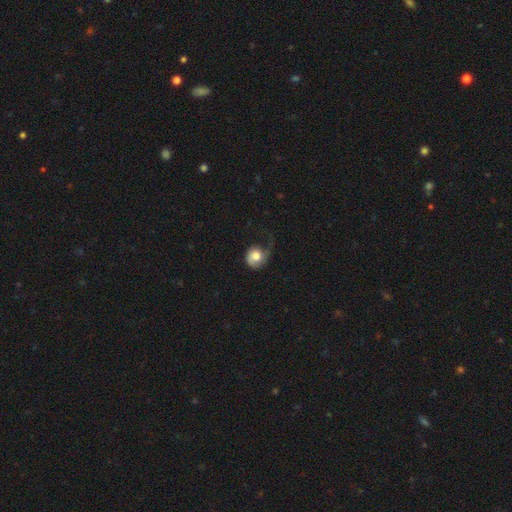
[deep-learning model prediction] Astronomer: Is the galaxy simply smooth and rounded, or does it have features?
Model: smooth — 58% (runner-up: featured or disk, 35%).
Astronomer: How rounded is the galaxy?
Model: round — 72%.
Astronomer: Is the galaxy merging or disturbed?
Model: major disturbance — 43% (runner-up: none, 29%).